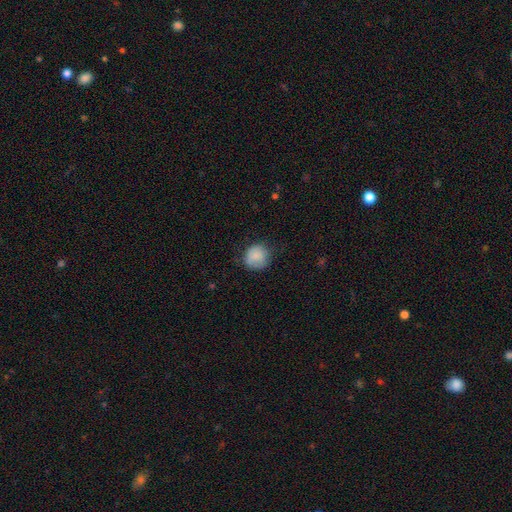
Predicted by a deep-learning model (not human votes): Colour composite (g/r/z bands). It shows a smooth galaxy with no disk features (84%) that is round (86%). Merging: none (69%).